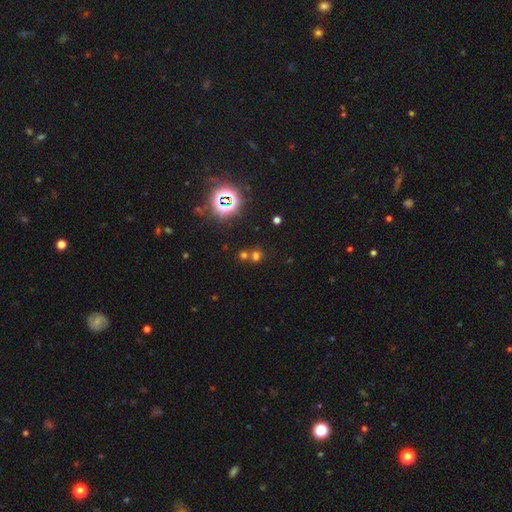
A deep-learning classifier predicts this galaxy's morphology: The model was most divided on "smooth or featured": smooth: 48%, star or artifact: 42%, featured or disk: 10%. More confident: merging — none (51%).